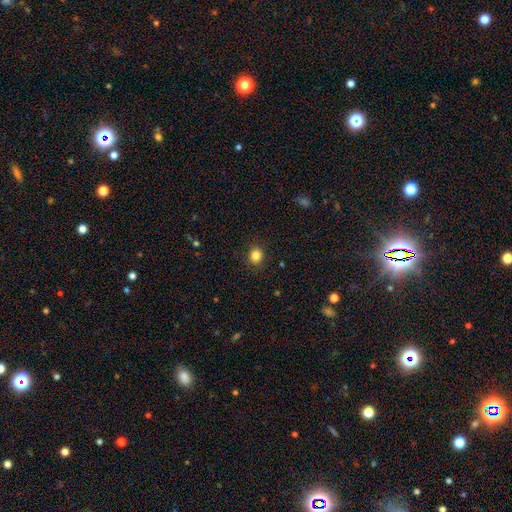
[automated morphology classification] Overall: smooth (84%). How rounded: round (77%). Merging: none (88%).